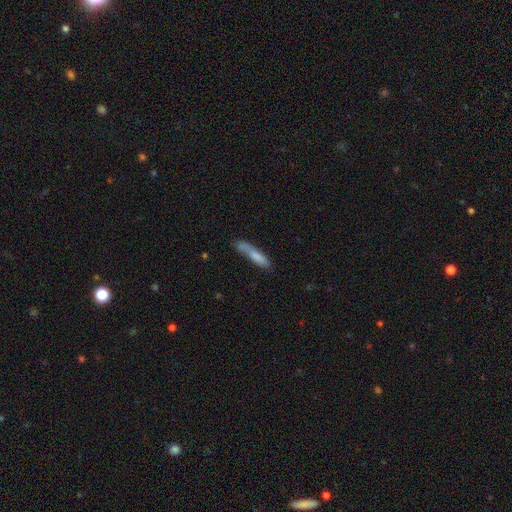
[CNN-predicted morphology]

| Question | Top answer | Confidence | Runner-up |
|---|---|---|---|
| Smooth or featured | smooth | 76% | featured or disk (17%) |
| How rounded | cigar-shaped | 87% | in between (12%) |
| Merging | none | 57% | minor disturbance (23%) |